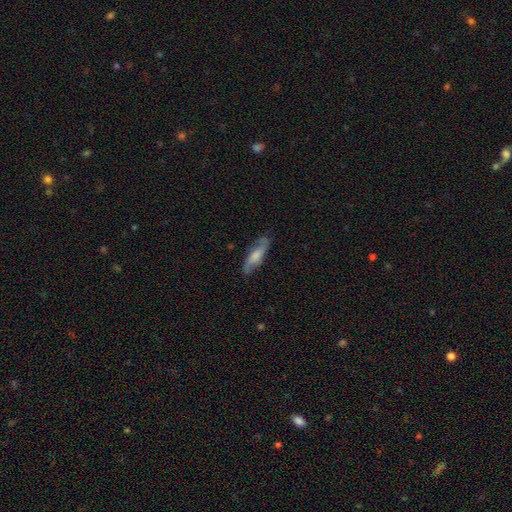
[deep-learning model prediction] Smooth or featured?
  - featured or disk: 51% *
  - smooth: 43%
  - star or artifact: 6%
Edge-on disk?
  - no: 72% *
  - yes: 28%
Merging?
  - none: 78% *
  - minor disturbance: 16%
  - major disturbance: 4%
  - merger: 1%